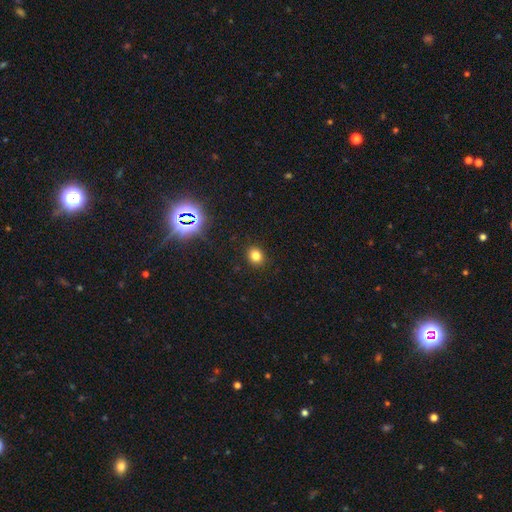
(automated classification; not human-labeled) smooth_or_featured: smooth (p=0.78) [alt: star or artifact p=0.16]
how_rounded: round (p=0.72) [alt: in between p=0.27]
merging: none (p=0.90) [alt: minor disturbance p=0.07]